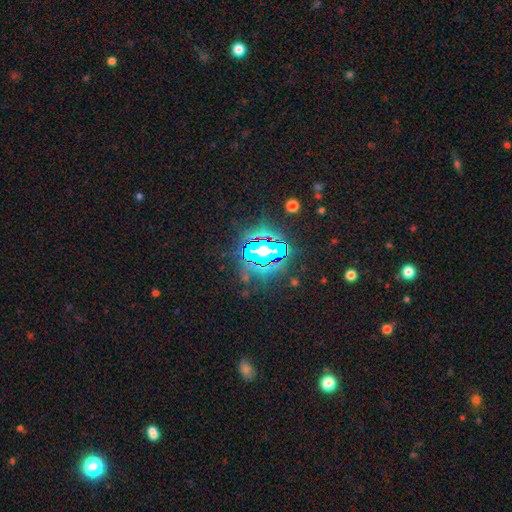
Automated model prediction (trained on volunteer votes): Q: Smooth or featured?
A: star or artifact (84%); runner-up: smooth (9%)